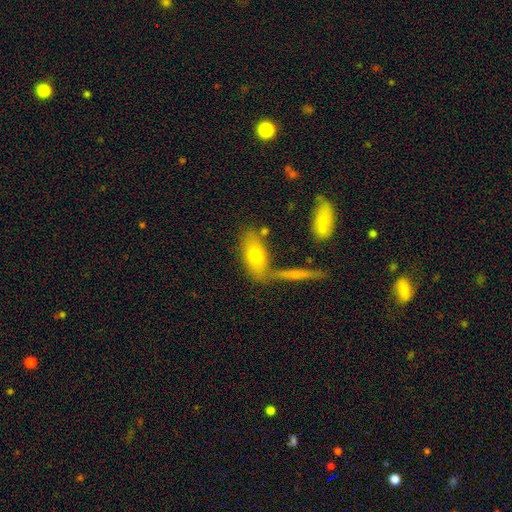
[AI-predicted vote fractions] A smooth galaxy with no disk features (67%) that is in between round and cigar-shaped (77%). Merging: none (60%).